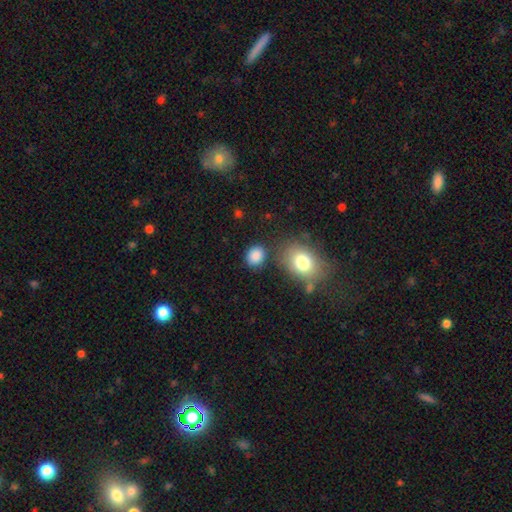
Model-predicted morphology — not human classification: This appears to be a smooth galaxy with no disk features (86%) that is round (53%). Merging: none (76%).